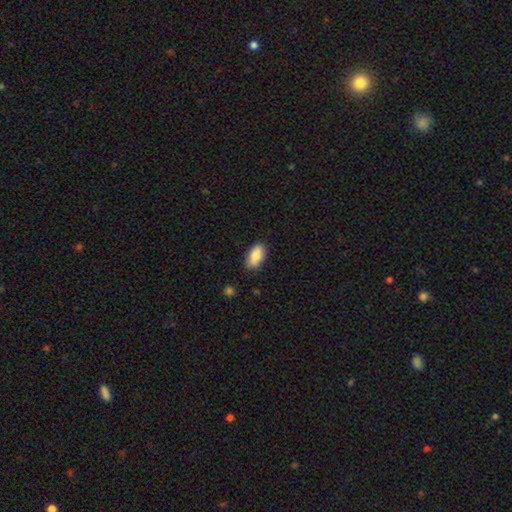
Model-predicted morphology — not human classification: Q: Smooth or featured?
A: smooth (83%); runner-up: featured or disk (10%)
Q: How rounded?
A: in between (92%); runner-up: round (4%)
Q: Merging?
A: none (86%); runner-up: minor disturbance (10%)